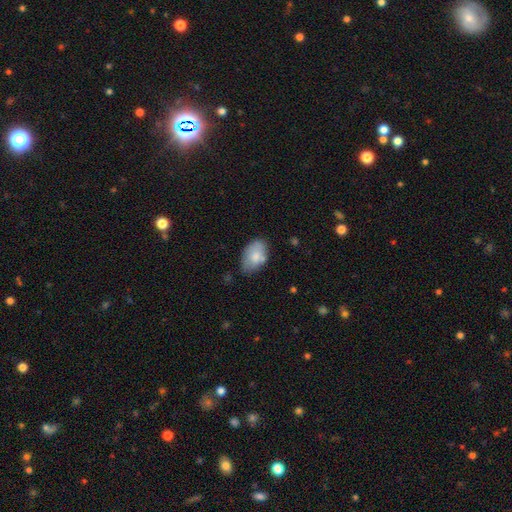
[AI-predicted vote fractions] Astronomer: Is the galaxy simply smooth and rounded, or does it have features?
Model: smooth — 78%.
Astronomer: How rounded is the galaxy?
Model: in between — 90%.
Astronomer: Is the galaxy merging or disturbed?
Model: none — 63%.